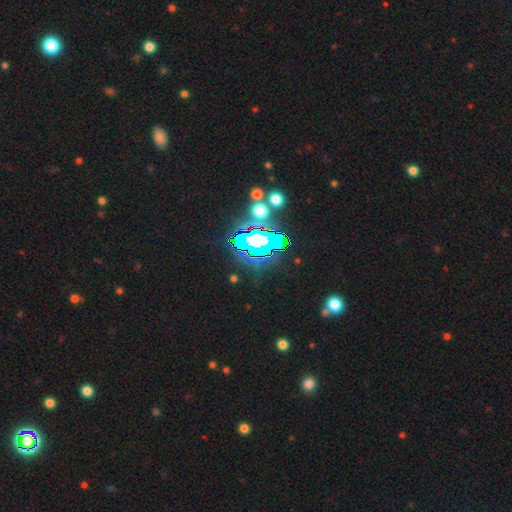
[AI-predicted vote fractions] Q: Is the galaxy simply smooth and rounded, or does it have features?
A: star or artifact — 83%.